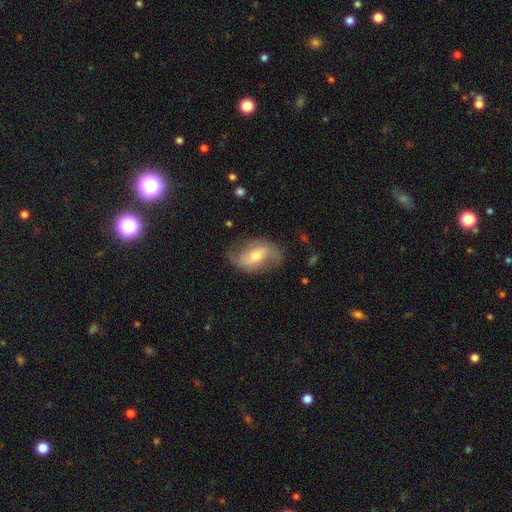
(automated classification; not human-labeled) Smooth or featured? Predicted: featured or disk (p=0.75). Edge-on disk? Predicted: no (p=0.95). Bar? Predicted: weak (p=0.41). Spiral arms? Predicted: yes (p=0.90). Spiral winding? Predicted: loose (p=0.60). Spiral arm count? Predicted: 2 (p=0.88). Bulge size? Predicted: moderate (p=0.58). Merging? Predicted: none (p=0.72).